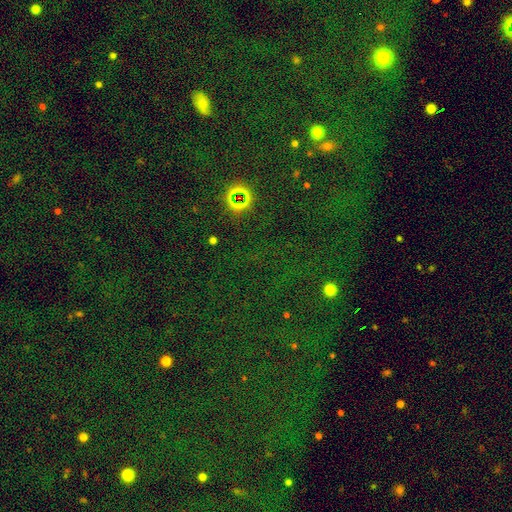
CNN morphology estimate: A star or artifact, not a galaxy (78%).